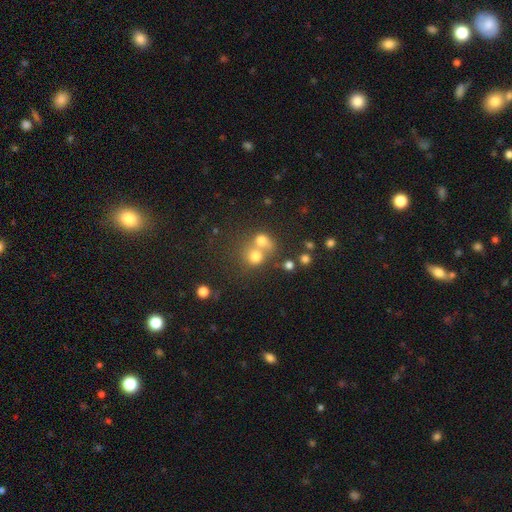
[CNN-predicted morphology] The model was most divided on "merging": merger: 58%, none: 30%, minor disturbance: 6%, major disturbance: 5%. More confident: how rounded — round (75%); smooth or featured — smooth (68%).